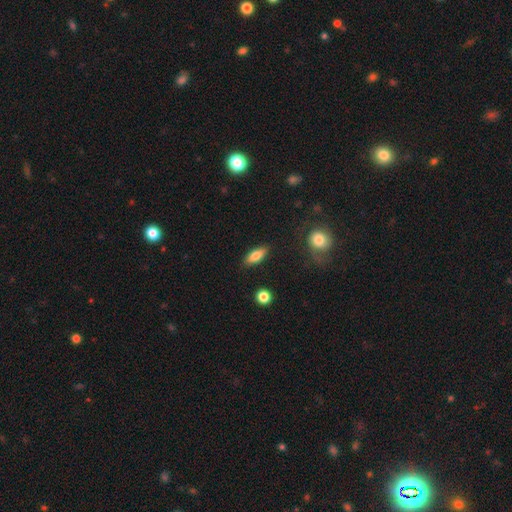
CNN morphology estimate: smooth_or_featured: smooth (p=0.75) [alt: featured or disk p=0.18]
how_rounded: in between (p=0.68) [alt: cigar-shaped p=0.29]
merging: none (p=0.85) [alt: minor disturbance p=0.10]